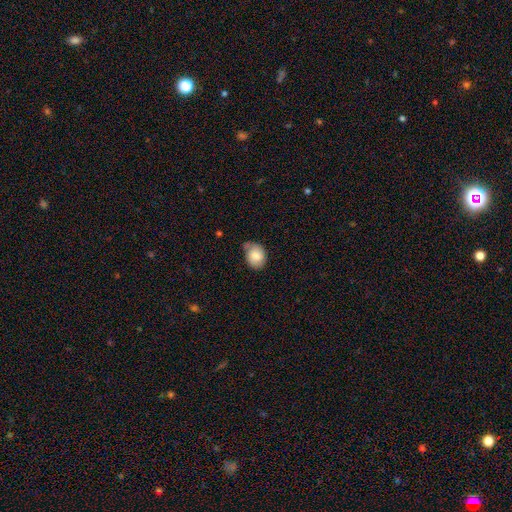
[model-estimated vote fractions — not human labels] smooth 80%, featured or disk 12%, star or artifact 7%. Down the decision tree: how rounded — in between (62%); merging — none (53%).